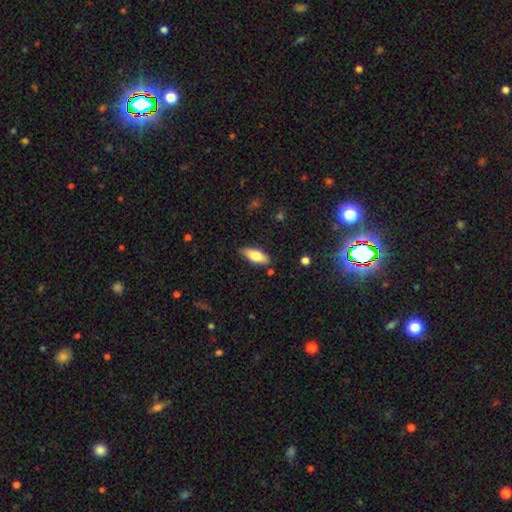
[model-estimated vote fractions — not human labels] Smooth or featured? Predicted: smooth (p=0.74). How rounded? Predicted: in between (p=0.79). Merging? Predicted: none (p=0.85).